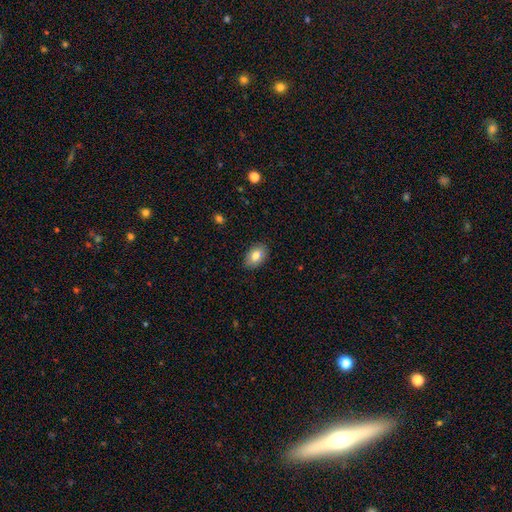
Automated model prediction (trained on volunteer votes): Smooth or featured? Predicted: smooth (p=0.81). How rounded? Predicted: in between (p=0.89). Merging? Predicted: none (p=0.87).